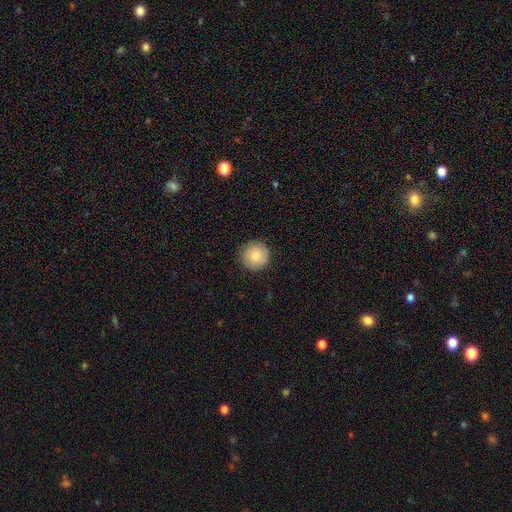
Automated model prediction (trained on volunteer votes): Overall: smooth (83%). How rounded: round (96%). Merging: none (90%).